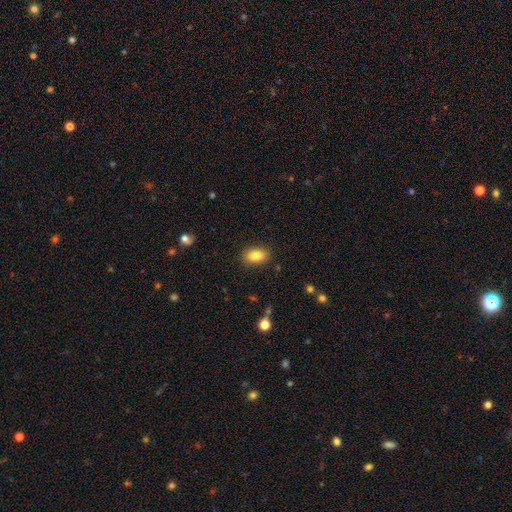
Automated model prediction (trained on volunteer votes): A smooth galaxy with no disk features (85%) that is in between round and cigar-shaped (89%). Merging: none (86%).